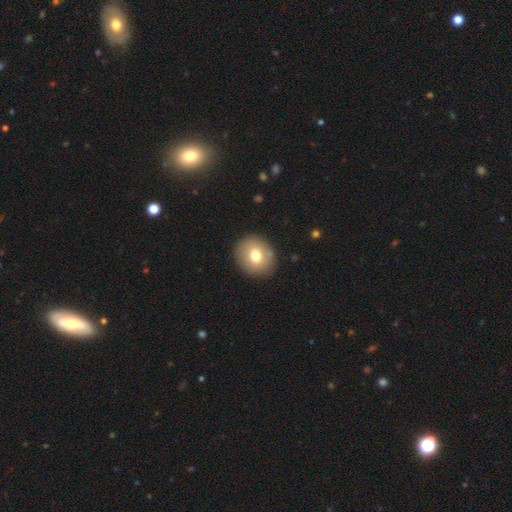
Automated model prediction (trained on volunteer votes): This is likely a smooth galaxy (73%). How rounded: likely round (78%). Merging: clearly none (88%).